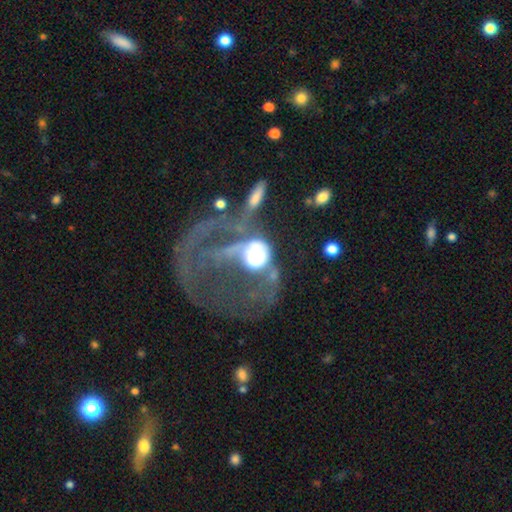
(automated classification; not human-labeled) Overall: featured or disk (51%; smooth 36%). Edge-on disk: no (92%). Merging: major disturbance (48%; merger 33%).